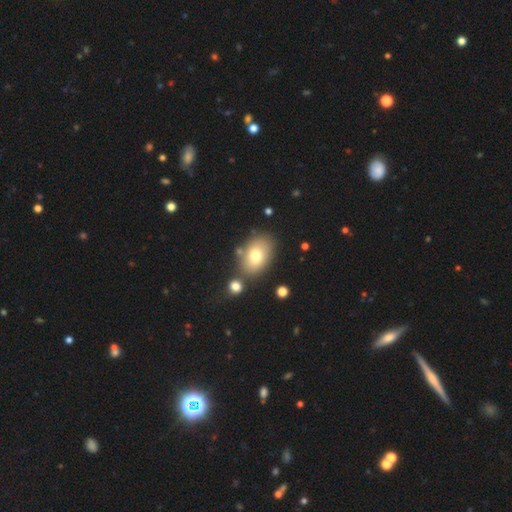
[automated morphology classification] Overall: smooth (74%). How rounded: in between (83%). Merging: none (73%).